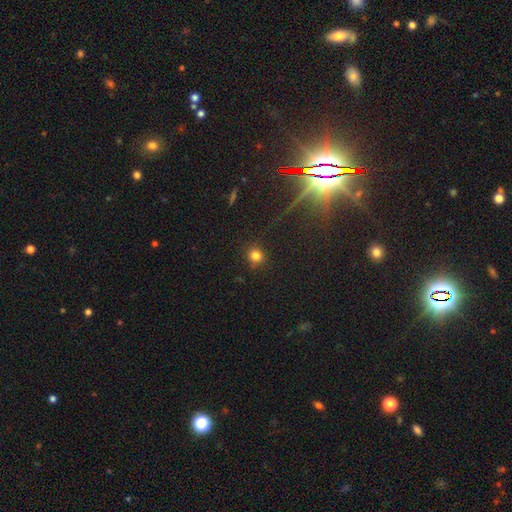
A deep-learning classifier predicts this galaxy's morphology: Smooth or featured? Predicted: smooth (p=0.79). How rounded? Predicted: round (p=0.91). Merging? Predicted: none (p=0.89).